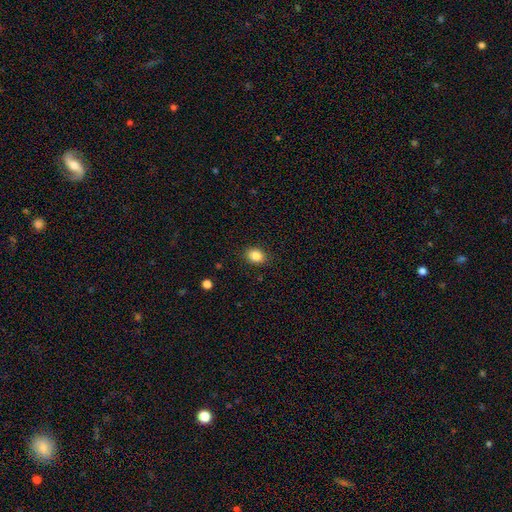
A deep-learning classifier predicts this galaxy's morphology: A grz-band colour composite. It shows a smooth galaxy with no disk features (86%) that is in between round and cigar-shaped (58%). Merging: none (88%).